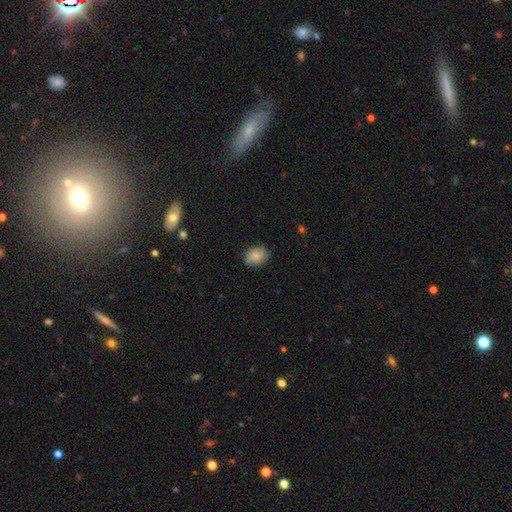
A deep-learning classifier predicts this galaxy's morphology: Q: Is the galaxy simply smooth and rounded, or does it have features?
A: smooth — 81%.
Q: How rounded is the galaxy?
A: in between — 63%.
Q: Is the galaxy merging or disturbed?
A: none — 76%.